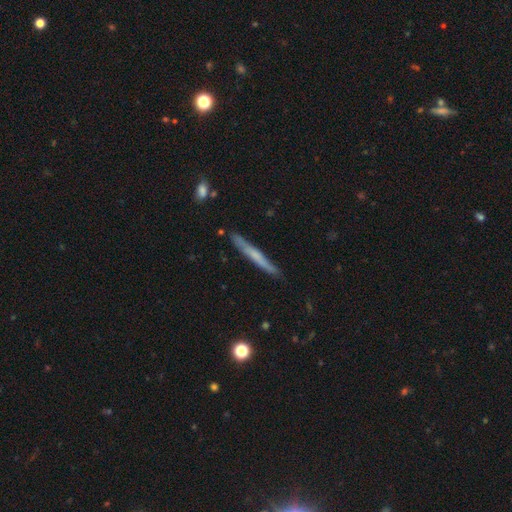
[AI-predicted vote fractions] smooth 49%, featured or disk 45%, star or artifact 6%. Down the decision tree: merging — none (86%).